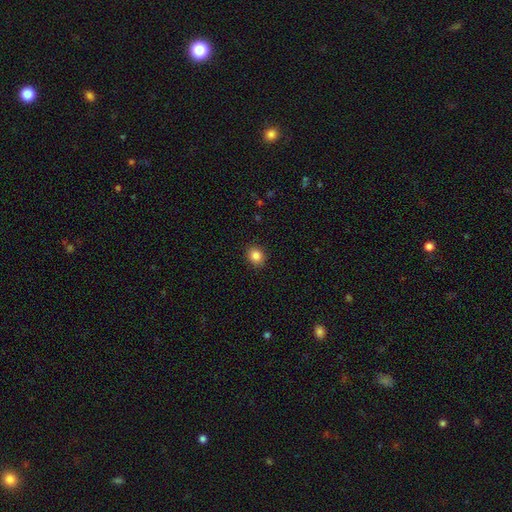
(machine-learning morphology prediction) This is clearly a smooth galaxy (85%). How rounded: likely round (70%). Merging: clearly none (90%).